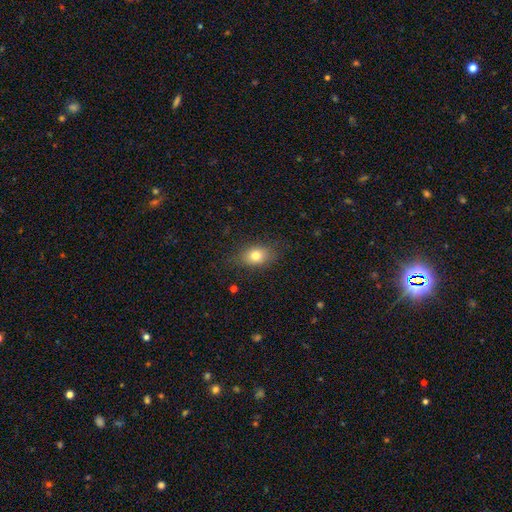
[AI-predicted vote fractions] Smooth or featured?
  - smooth: 78% *
  - featured or disk: 12%
  - star or artifact: 10%
How rounded?
  - in between: 74% *
  - round: 25%
  - cigar-shaped: 2%
Merging?
  - none: 82% *
  - minor disturbance: 13%
  - major disturbance: 4%
  - merger: 1%